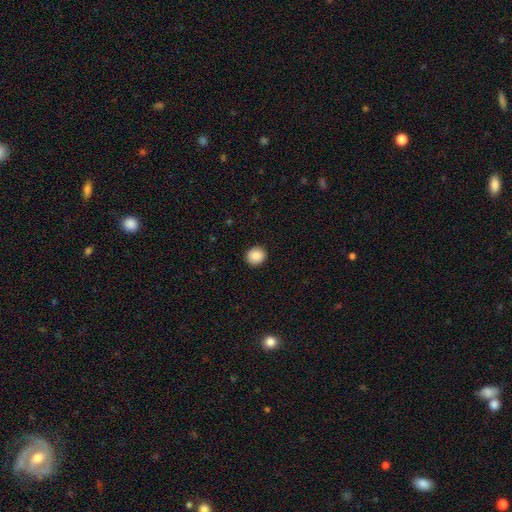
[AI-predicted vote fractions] smooth 89%, star or artifact 8%, featured or disk 3%. Down the decision tree: how rounded — round (86%); merging — none (91%).